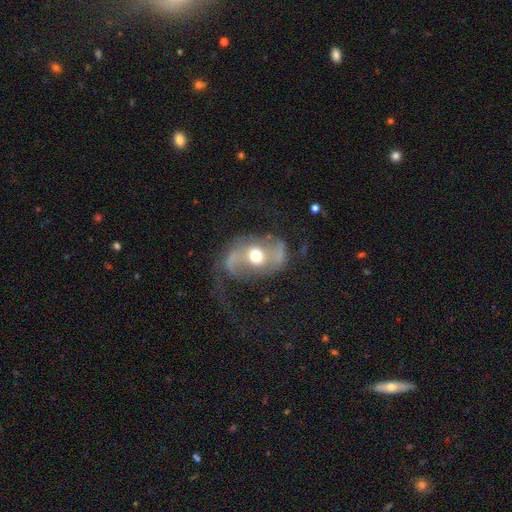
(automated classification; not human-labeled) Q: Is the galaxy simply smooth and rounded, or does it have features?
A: featured or disk — 77%.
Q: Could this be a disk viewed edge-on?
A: no — 96%.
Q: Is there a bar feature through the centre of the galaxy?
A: no — 59%.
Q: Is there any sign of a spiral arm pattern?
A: yes — 83%.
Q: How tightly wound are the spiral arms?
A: loose — 56%.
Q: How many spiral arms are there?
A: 2 — 81%.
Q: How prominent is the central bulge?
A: moderate — 56%.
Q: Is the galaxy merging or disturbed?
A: none — 39%.